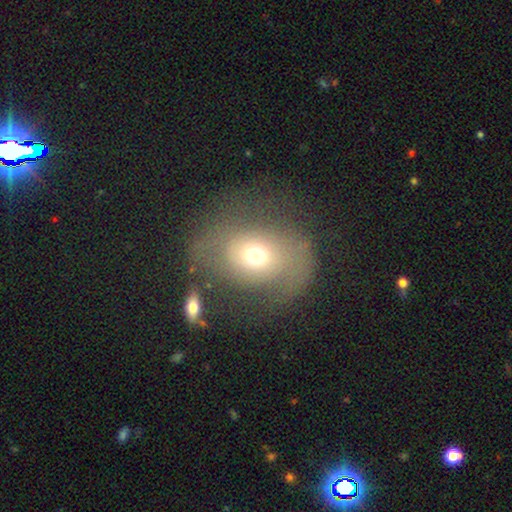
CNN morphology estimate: Smooth or featured? smooth (55%)
How rounded? in between (53%)
Merging? none (45%)